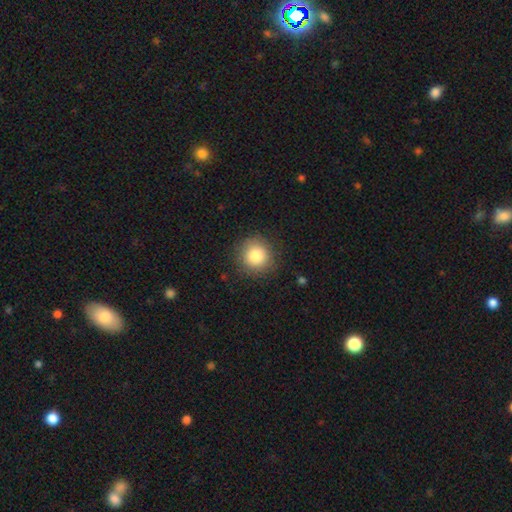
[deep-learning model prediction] Morphology: type=smooth (83%); roundness=round (92%); merging=none (88%).